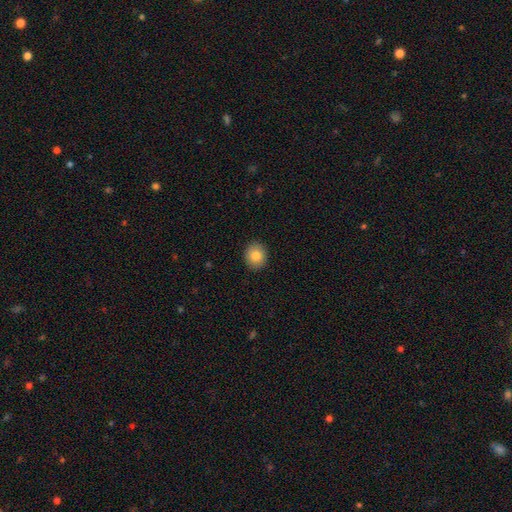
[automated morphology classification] Q: Smooth or featured?
A: smooth (83%); runner-up: star or artifact (9%)
Q: How rounded?
A: round (76%); runner-up: in between (24%)
Q: Merging?
A: none (91%); runner-up: minor disturbance (6%)